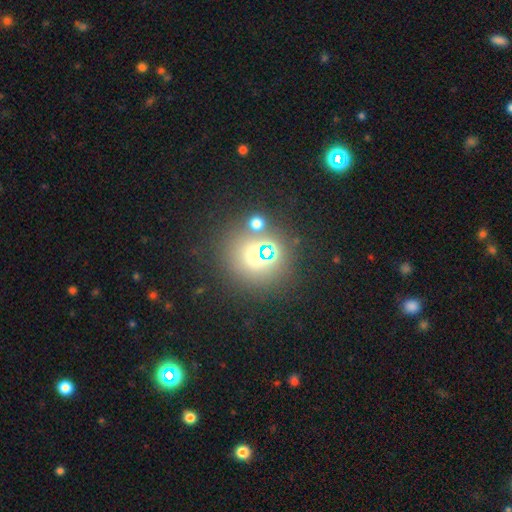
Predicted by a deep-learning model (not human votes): smooth 48%, star or artifact 41%, featured or disk 11%. Down the decision tree: merging — none (72%).